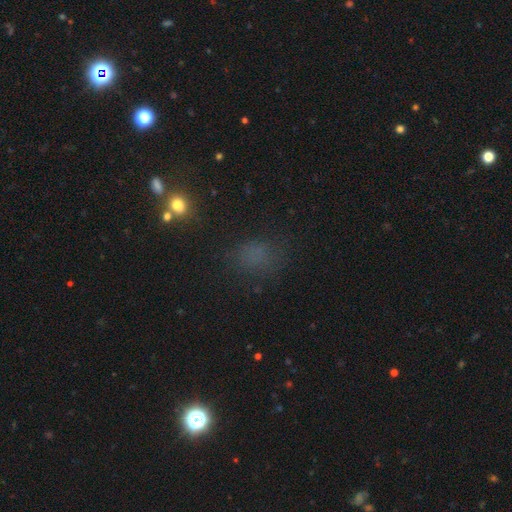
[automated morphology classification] Smooth or featured: smooth — 60% (star or artifact — 30%)
How rounded: in between — 53% (round — 44%)
Merging: none — 68% (minor disturbance — 18%)